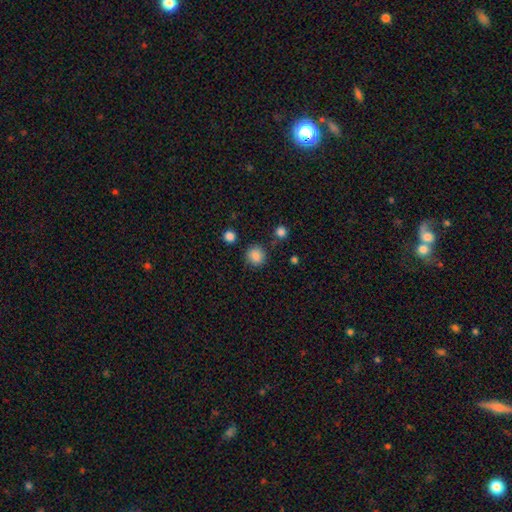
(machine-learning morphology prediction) This appears to be a smooth galaxy with no disk features (86%) that is round (88%). Merging: none (83%).